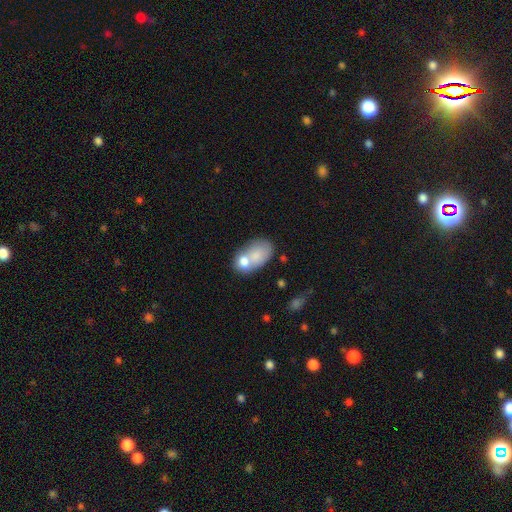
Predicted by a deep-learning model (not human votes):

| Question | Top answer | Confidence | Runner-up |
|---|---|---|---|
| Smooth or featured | smooth | 72% | featured or disk (21%) |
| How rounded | in between | 82% | round (16%) |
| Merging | merger | 53% | none (25%) |